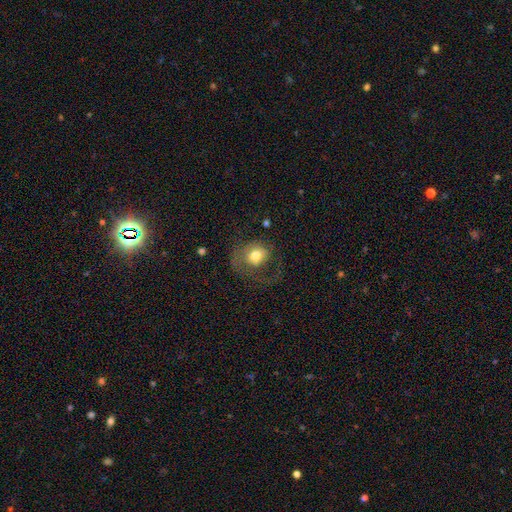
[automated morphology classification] Smooth or featured?
  - smooth: 61% *
  - featured or disk: 30%
  - star or artifact: 9%
How rounded?
  - round: 68% *
  - in between: 31%
  - cigar-shaped: 1%
Merging?
  - major disturbance: 42% *
  - none: 36%
  - minor disturbance: 19%
  - merger: 3%